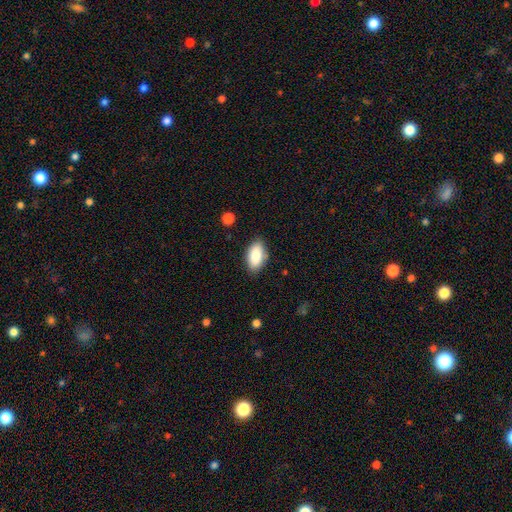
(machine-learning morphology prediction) This is clearly a smooth galaxy (87%). How rounded: clearly in between (94%). Merging: clearly none (83%).